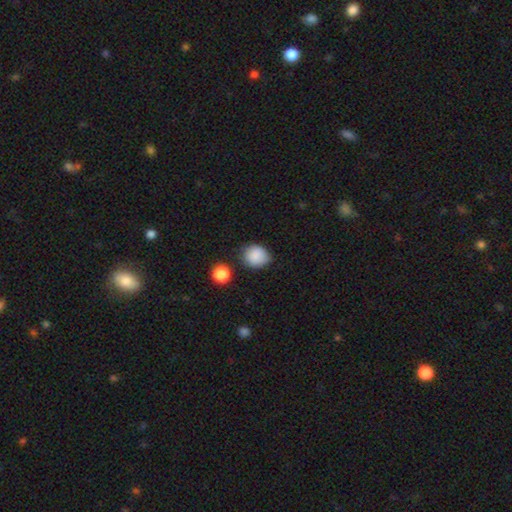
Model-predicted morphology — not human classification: Smooth or featured? Predicted: smooth (p=0.87). How rounded? Predicted: round (p=0.73). Merging? Predicted: none (p=0.75).